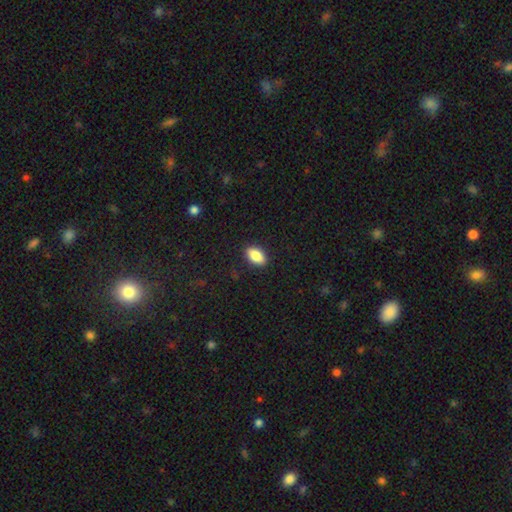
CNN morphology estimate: smooth-or-featured: smooth: 87% | star or artifact: 7% | featured or disk: 6%
  how-rounded: in between: 92% | round: 5% | cigar-shaped: 4%
  merging: none: 89% | minor disturbance: 8% | major disturbance: 2% | merger: 1%